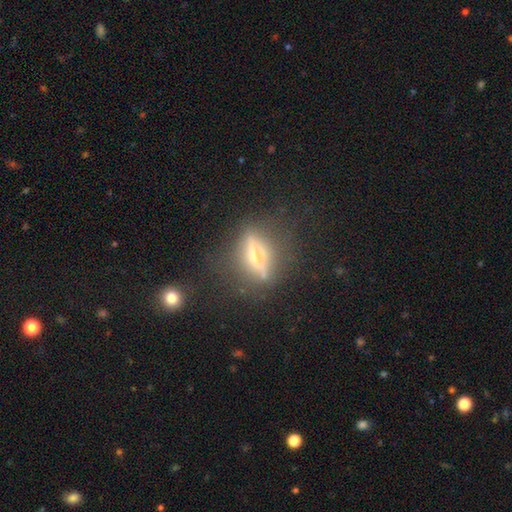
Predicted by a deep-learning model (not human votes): featured or disk 69%, smooth 20%, star or artifact 11%. Down the decision tree: edge-on disk — yes (80%); edge-on bulge — rounded (88%); merging — none (68%).